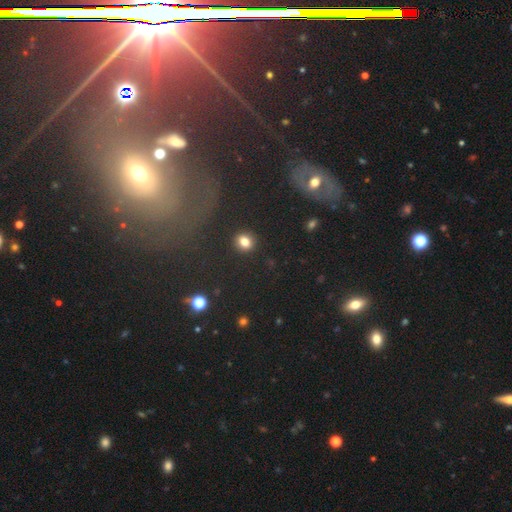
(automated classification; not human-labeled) Smooth or featured?
  - star or artifact: 43% *
  - featured or disk: 31%
  - smooth: 26%